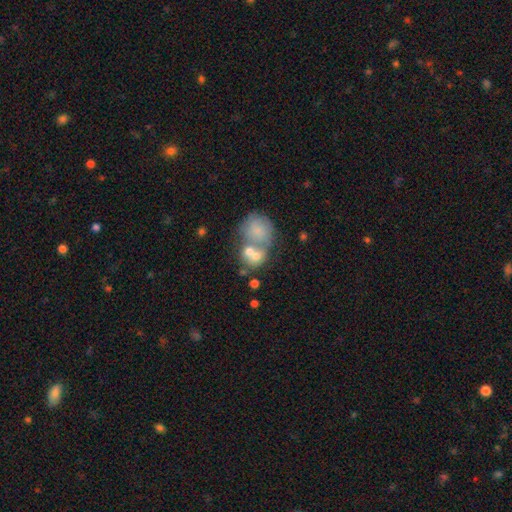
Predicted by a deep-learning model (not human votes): Smooth or featured: smooth — 45% (featured or disk — 31%)
Merging: merger — 42% (none — 39%)